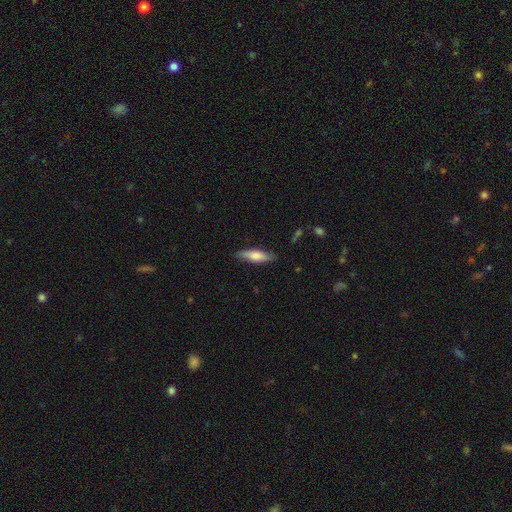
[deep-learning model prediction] The model was most divided on "how rounded": cigar-shaped: 62%, in between: 36%, round: 2%. More confident: merging — none (81%); smooth or featured — smooth (67%).